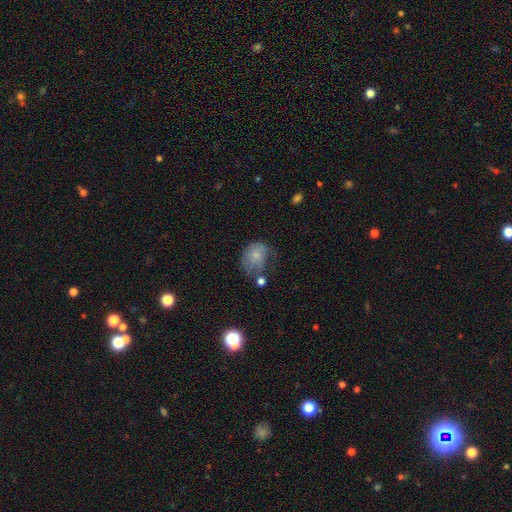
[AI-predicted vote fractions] Smooth or featured? Predicted: smooth (p=0.68). How rounded? Predicted: round (p=0.54). Merging? Predicted: none (p=0.33).